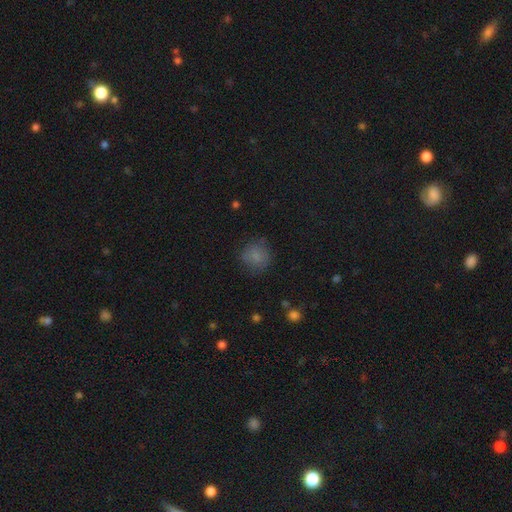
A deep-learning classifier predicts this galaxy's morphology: Smooth or featured? Predicted: smooth (p=0.79). How rounded? Predicted: round (p=0.87). Merging? Predicted: none (p=0.74).